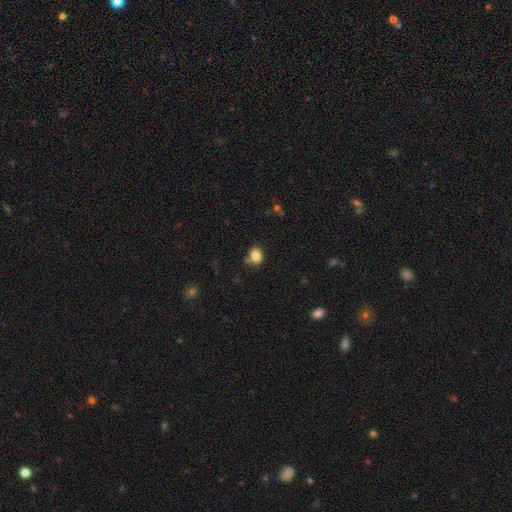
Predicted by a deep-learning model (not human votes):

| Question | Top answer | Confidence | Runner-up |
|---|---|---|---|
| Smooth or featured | smooth | 84% | star or artifact (10%) |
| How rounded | in between | 56% | round (43%) |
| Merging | none | 74% | minor disturbance (14%) |